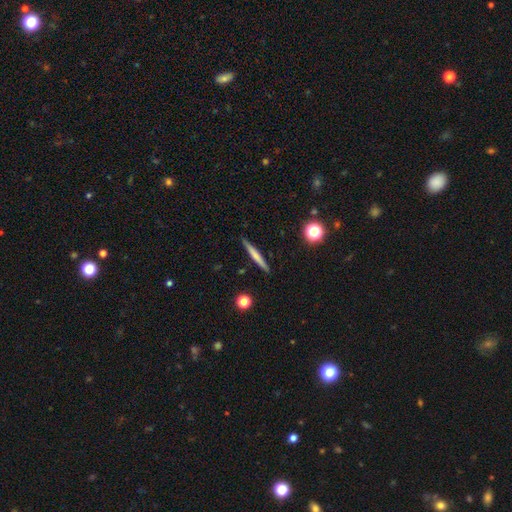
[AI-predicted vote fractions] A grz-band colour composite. It shows a smooth galaxy with no disk features (60%) that is cigar-shaped (95%). Merging: none (90%).